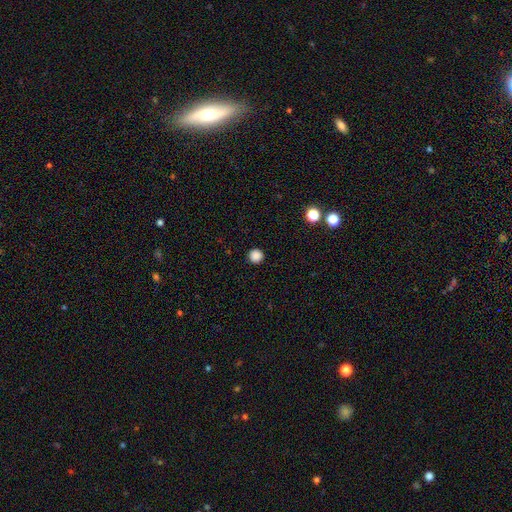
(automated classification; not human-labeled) The model was most divided on "smooth or featured": smooth: 86%, star or artifact: 11%, featured or disk: 3%. More confident: how rounded — round (96%); merging — none (92%).